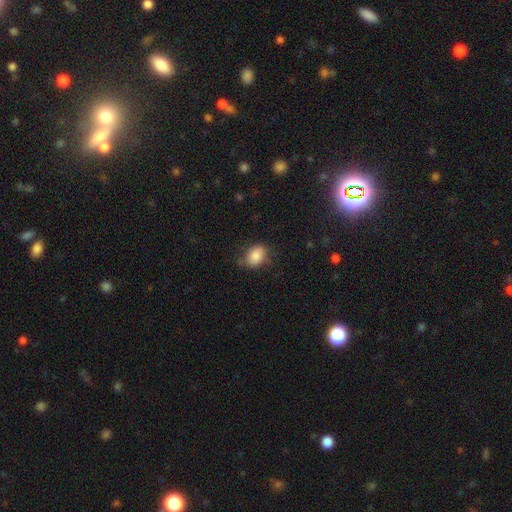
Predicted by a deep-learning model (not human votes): Smooth or featured? Predicted: smooth (p=0.84). How rounded? Predicted: in between (p=0.71). Merging? Predicted: none (p=0.70).